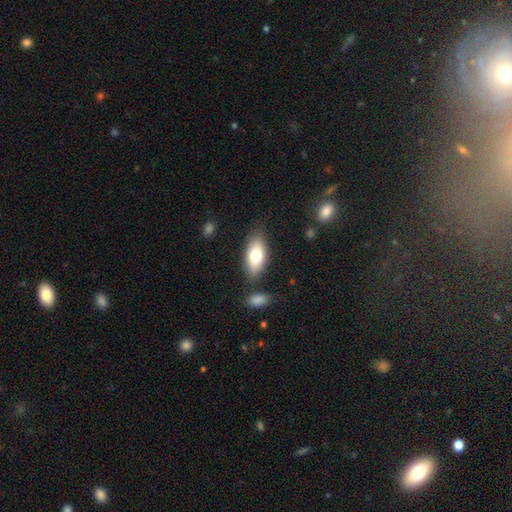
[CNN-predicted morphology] Smooth or featured? smooth (74%)
How rounded? in between (86%)
Merging? none (80%)